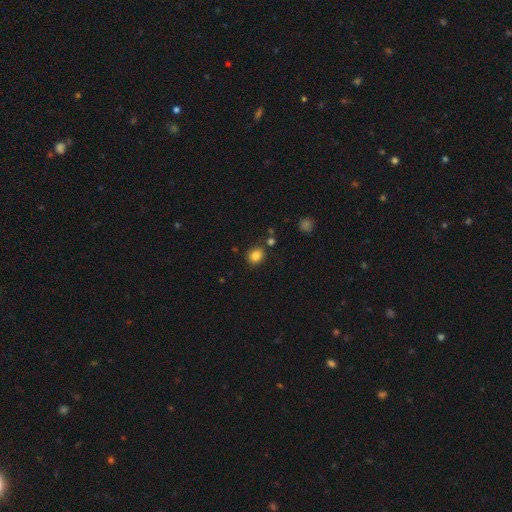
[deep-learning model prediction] smooth 84%, star or artifact 11%, featured or disk 5%. Down the decision tree: how rounded — round (61%); merging — none (80%).